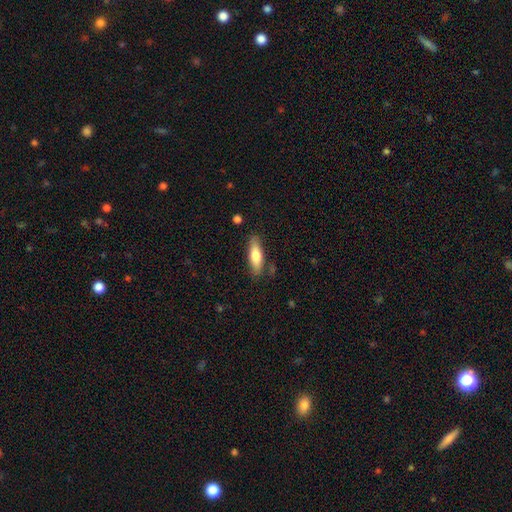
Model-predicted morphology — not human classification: This is likely a smooth galaxy (74%). How rounded: possibly in between (52%). Merging: clearly none (80%).